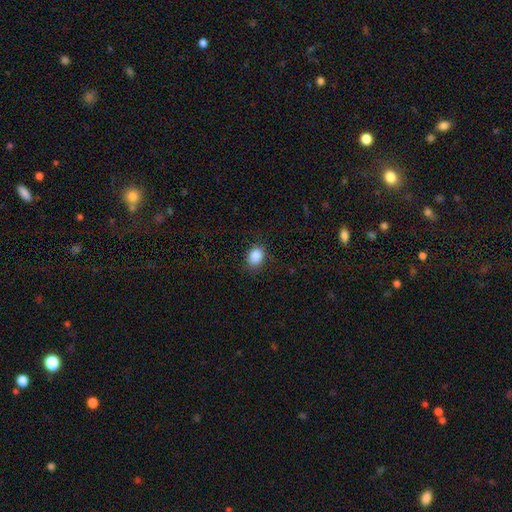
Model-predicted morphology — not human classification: smooth_or_featured: smooth (p=0.87) [alt: star or artifact p=0.09]
how_rounded: in between (p=0.57) [alt: round p=0.42]
merging: none (p=0.81) [alt: minor disturbance p=0.14]